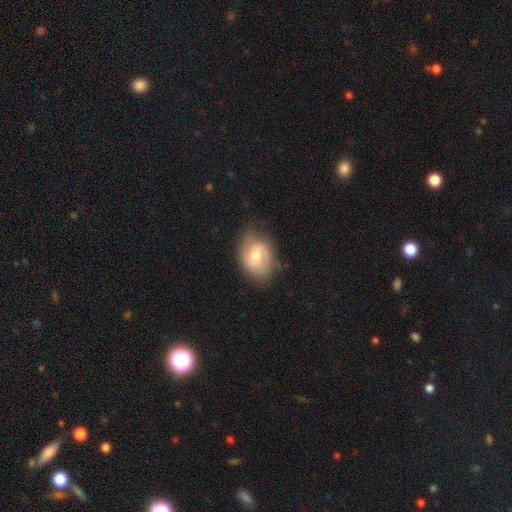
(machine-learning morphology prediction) smooth-or-featured: featured or disk: 49% | smooth: 44% | star or artifact: 7%
  merging: none: 66% | minor disturbance: 25% | major disturbance: 8% | merger: 1%